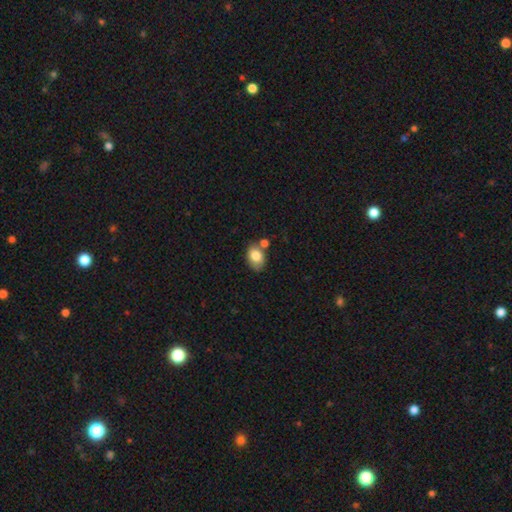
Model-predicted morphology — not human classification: This appears to be a smooth galaxy with no disk features (80%) that is in between round and cigar-shaped (78%). Merging: none (56%).